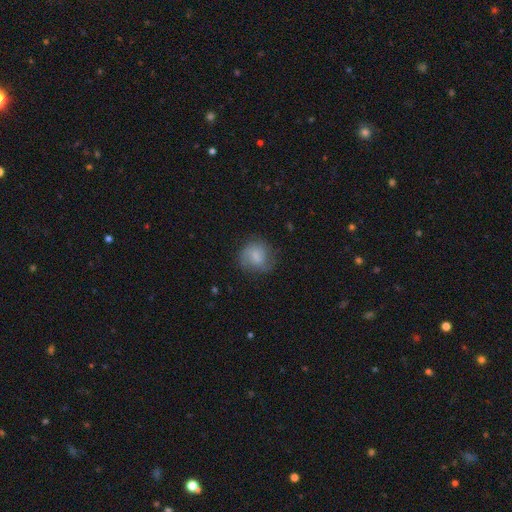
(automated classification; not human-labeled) Q: Smooth or featured?
A: smooth (64%); runner-up: featured or disk (28%)
Q: How rounded?
A: round (78%); runner-up: in between (21%)
Q: Merging?
A: none (62%); runner-up: minor disturbance (25%)